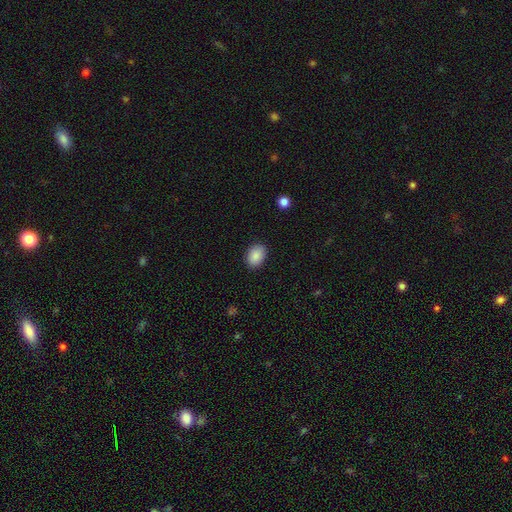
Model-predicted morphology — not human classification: smooth_or_featured: smooth (p=0.89) [alt: star or artifact p=0.07]
how_rounded: in between (p=0.77) [alt: round p=0.22]
merging: none (p=0.88) [alt: minor disturbance p=0.08]